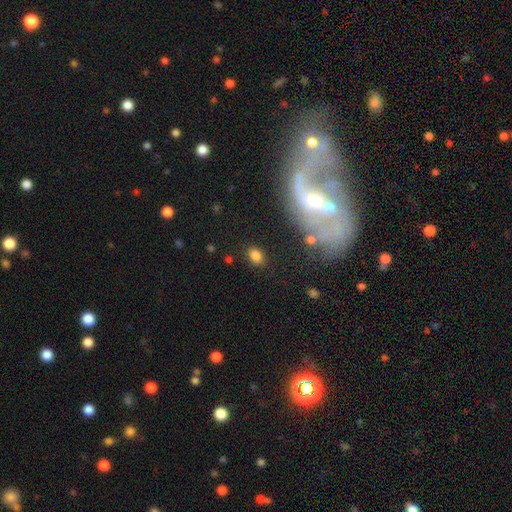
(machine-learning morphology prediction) type=smooth (81%); roundness=in between (78%); merging=none (82%).